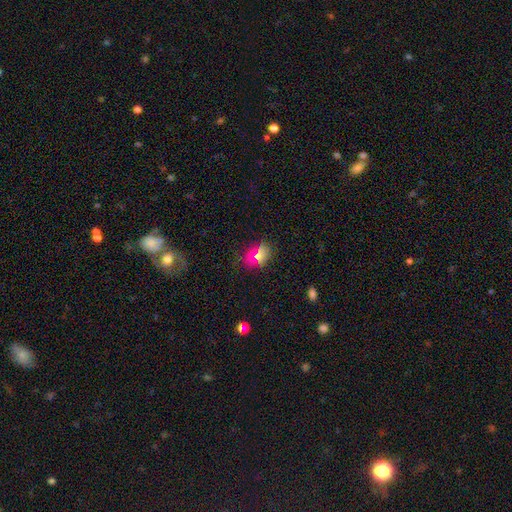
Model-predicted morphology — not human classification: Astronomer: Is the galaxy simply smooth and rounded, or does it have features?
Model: smooth — 67%.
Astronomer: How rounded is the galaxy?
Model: in between — 64%.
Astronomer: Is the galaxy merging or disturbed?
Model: none — 82%.